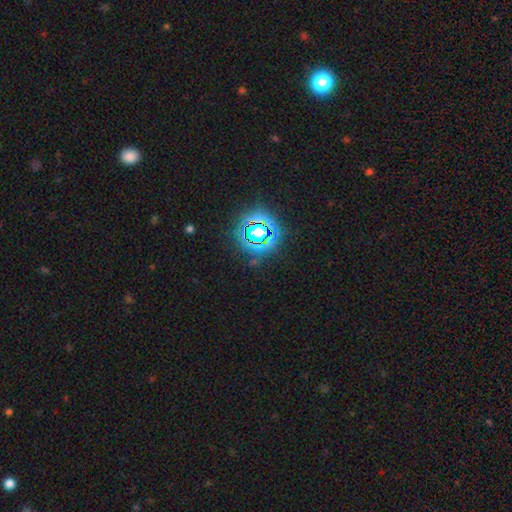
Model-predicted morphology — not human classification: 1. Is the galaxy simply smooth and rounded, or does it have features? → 80% star or artifact, 14% smooth, 6% featured or disk.